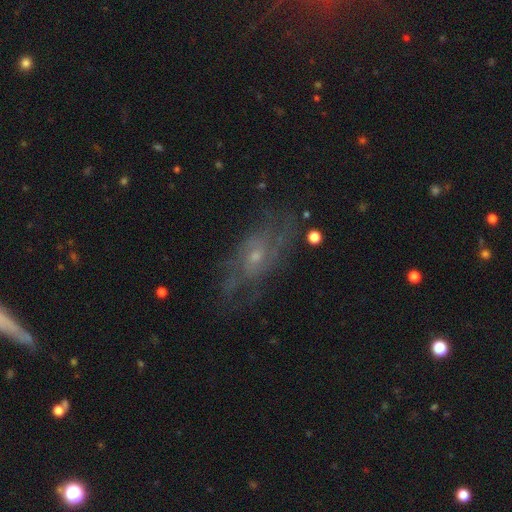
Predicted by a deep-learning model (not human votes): smooth_or_featured: featured or disk (p=0.70) [alt: smooth p=0.19]
disk_edge_on: no (p=0.90) [alt: yes p=0.10]
bar: no (p=0.70) [alt: weak p=0.26]
has_spiral_arms: yes (p=0.76) [alt: no p=0.24]
bulge_size: small (p=0.63) [alt: moderate p=0.31]
merging: none (p=0.65) [alt: minor disturbance p=0.20]